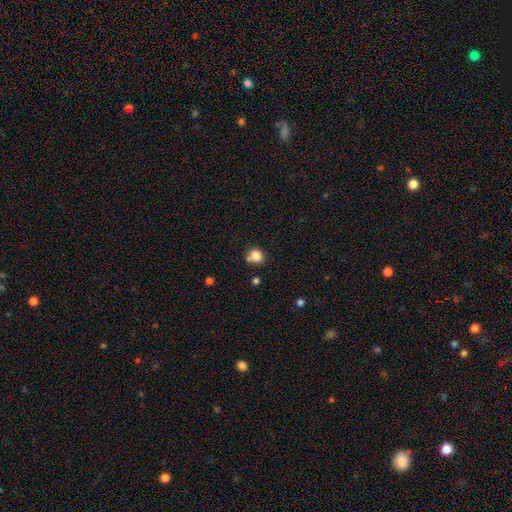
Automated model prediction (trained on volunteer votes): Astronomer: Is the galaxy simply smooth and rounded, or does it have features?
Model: smooth — 82%.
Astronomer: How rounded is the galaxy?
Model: round — 85%.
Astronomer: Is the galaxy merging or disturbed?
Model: none — 66%.